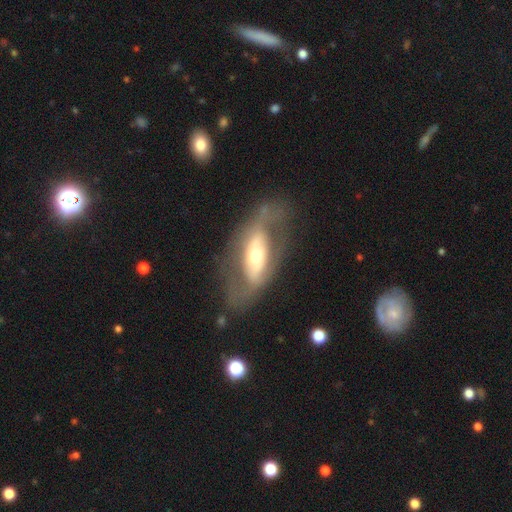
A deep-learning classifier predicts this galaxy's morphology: This is likely a featured or disk galaxy (71%). It is clearly not viewed edge-on (84%). Bar: marginally no (42%). Spiral arm pattern: possibly no (54%). Central bulge: possibly moderate (57%). Merging: likely none (62%).